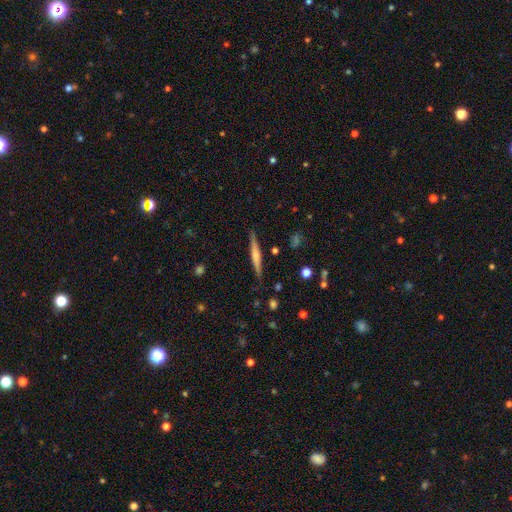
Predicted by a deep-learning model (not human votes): smooth-or-featured: smooth: 47% (tied) | featured or disk: 47% (tied) | star or artifact: 6%
  merging: none: 87% | minor disturbance: 10% | major disturbance: 2% | merger: 2%